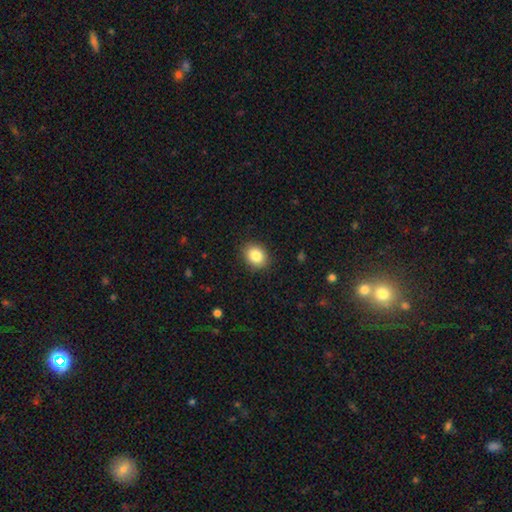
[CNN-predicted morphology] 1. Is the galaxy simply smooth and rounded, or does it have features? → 85% smooth, 9% star or artifact, 6% featured or disk.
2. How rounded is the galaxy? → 56% round, 44% in between, 1% cigar-shaped.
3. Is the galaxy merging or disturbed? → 89% none, 8% minor disturbance, 2% major disturbance, 1% merger.